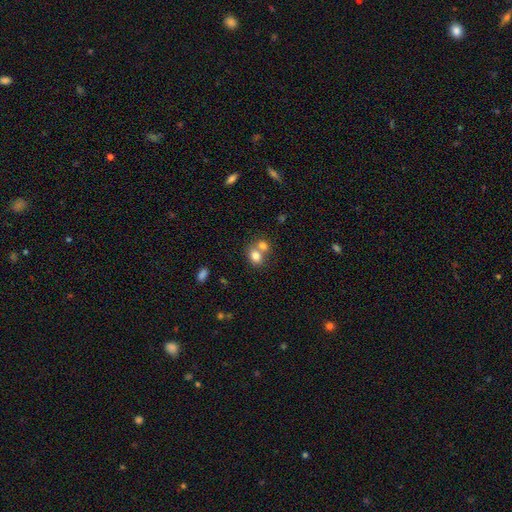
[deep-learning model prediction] Smooth or featured?
  - smooth: 78% *
  - featured or disk: 12%
  - star or artifact: 10%
How rounded?
  - in between: 52% *
  - round: 47%
  - cigar-shaped: 1%
Merging?
  - merger: 56% *
  - none: 34%
  - minor disturbance: 7%
  - major disturbance: 3%